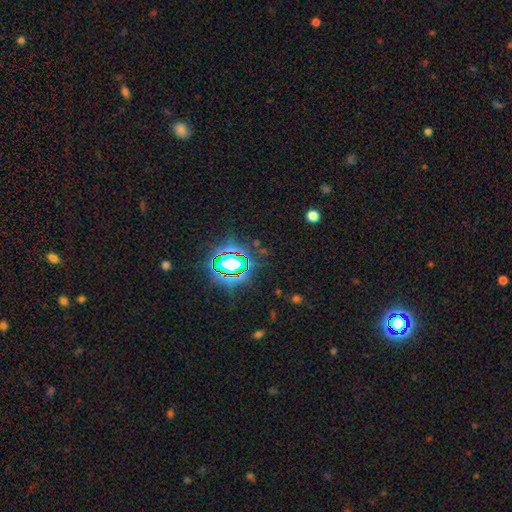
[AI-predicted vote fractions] smooth-or-featured: star or artifact: 81% | smooth: 11% | featured or disk: 7%